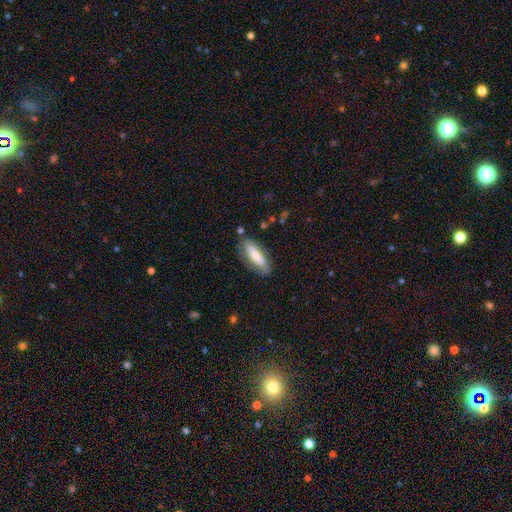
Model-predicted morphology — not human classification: type=smooth (59%); roundness=in between (63%); merging=none (77%).